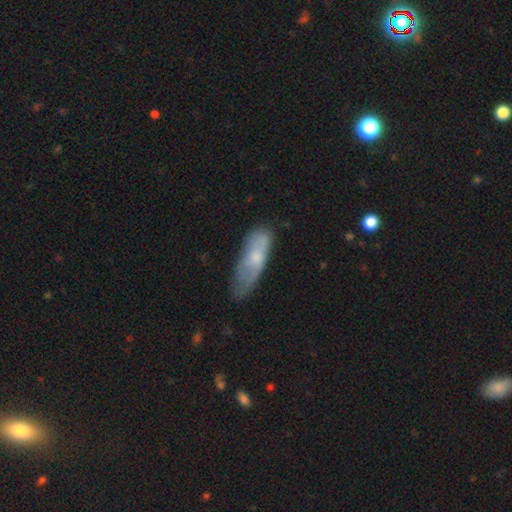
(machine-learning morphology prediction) smooth-or-featured: smooth: 62% | featured or disk: 31% | star or artifact: 7%
  how-rounded: in between: 56% | cigar-shaped: 42% | round: 2%
  merging: none: 42% | minor disturbance: 38% | major disturbance: 16% | merger: 3%